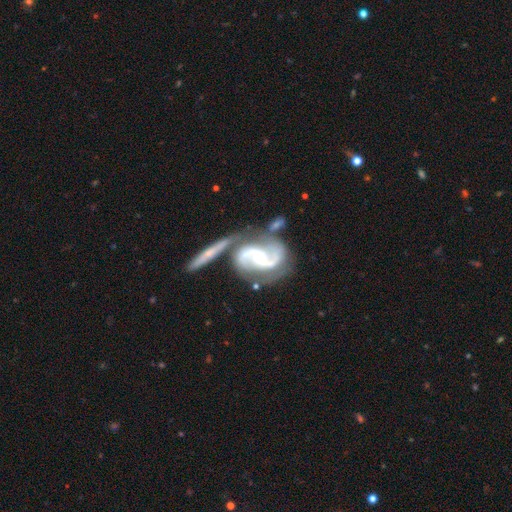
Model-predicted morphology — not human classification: smooth_or_featured: featured or disk (p=0.92) [alt: star or artifact p=0.05]
disk_edge_on: no (p=0.97) [alt: yes p=0.03]
bar: no (p=0.40) [tied with: weak p=0.40]
has_spiral_arms: yes (p=0.98) [alt: no p=0.02]
spiral_winding: medium (p=0.57) [alt: tight p=0.26]
spiral_arm_count: 2 (p=0.91) [alt: can't tell p=0.03]
bulge_size: small (p=0.50) [alt: moderate p=0.45]
merging: none (p=0.39) [alt: merger p=0.38]